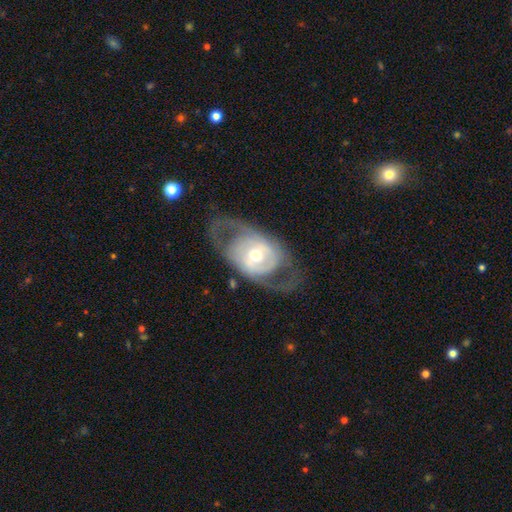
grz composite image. It shows a featured or disk galaxy (58%) with no bar (45%), no spiral arms (55%) and a moderate central bulge (70%). Merging: none (69%).